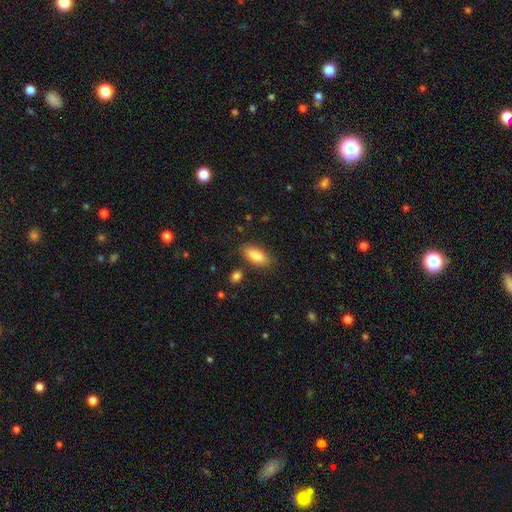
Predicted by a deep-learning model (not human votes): Morphology: type=smooth (85%); roundness=in between (83%); merging=none (83%).